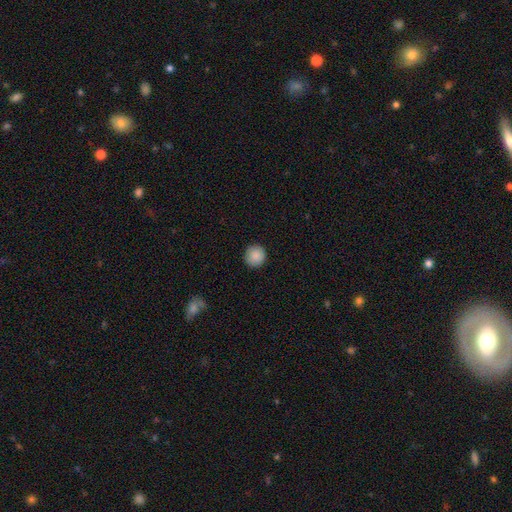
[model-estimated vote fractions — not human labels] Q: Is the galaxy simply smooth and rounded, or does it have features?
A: smooth — 89%.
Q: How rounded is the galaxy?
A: round — 95%.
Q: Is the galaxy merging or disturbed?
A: none — 91%.